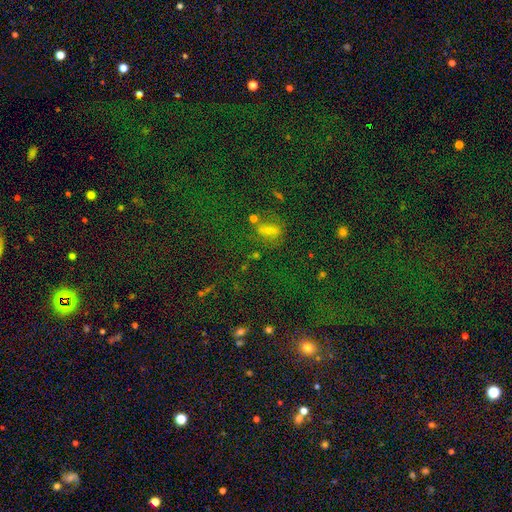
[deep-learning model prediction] Q: Smooth or featured?
A: star or artifact (53%); runner-up: smooth (34%)